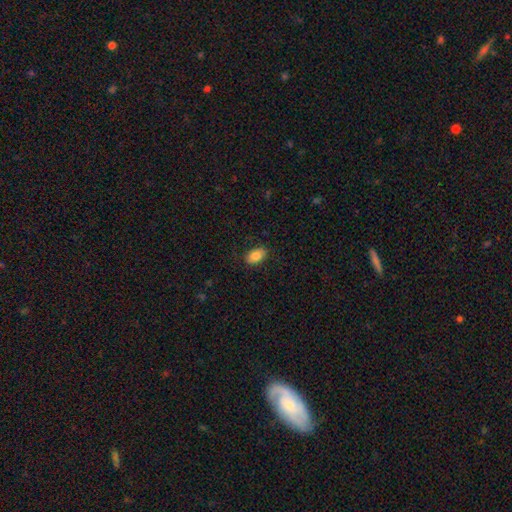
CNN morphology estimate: Smooth or featured?
  - smooth: 83% *
  - featured or disk: 9%
  - star or artifact: 8%
How rounded?
  - in between: 90% *
  - round: 8%
  - cigar-shaped: 2%
Merging?
  - none: 83% *
  - minor disturbance: 13%
  - major disturbance: 3%
  - merger: 1%